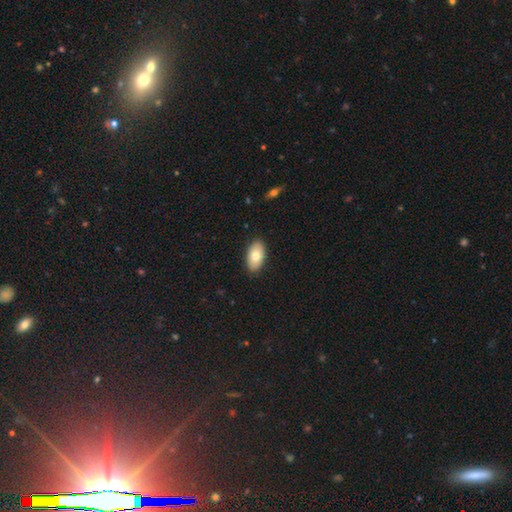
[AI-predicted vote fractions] A smooth galaxy with no disk features (77%) that is in between round and cigar-shaped (95%). Merging: none (88%).